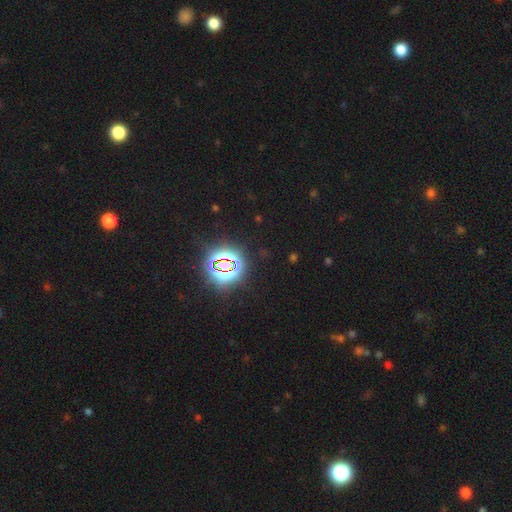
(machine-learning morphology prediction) Overall: star or artifact (80%).